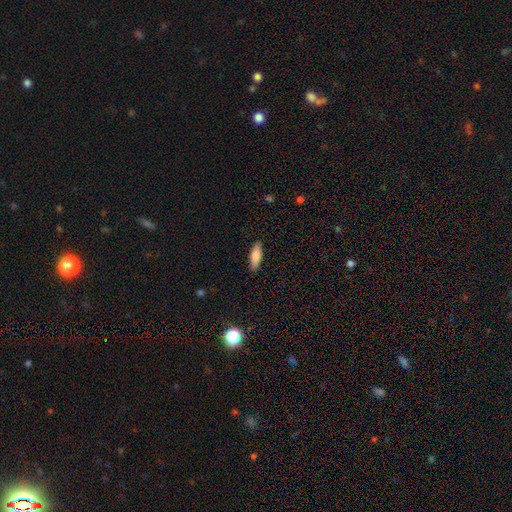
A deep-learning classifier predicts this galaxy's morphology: smooth 77%, featured or disk 17%, star or artifact 6%. Down the decision tree: how rounded — in between (51%); merging — none (89%).